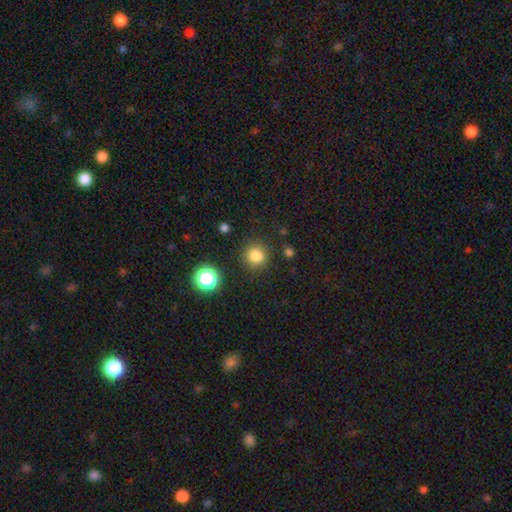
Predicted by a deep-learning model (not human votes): Smooth or featured? Predicted: smooth (p=0.81). How rounded? Predicted: round (p=0.89). Merging? Predicted: none (p=0.85).